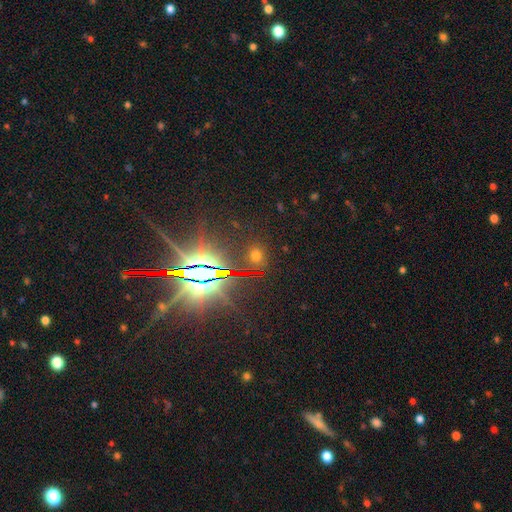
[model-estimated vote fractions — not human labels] smooth_or_featured: star or artifact (p=0.55) [alt: smooth p=0.36]